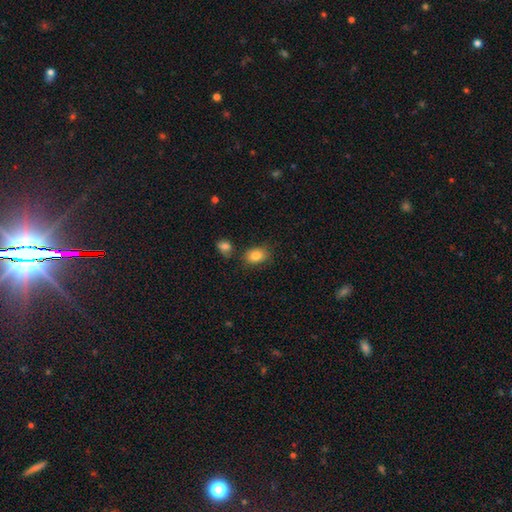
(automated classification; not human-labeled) Smooth or featured?
  - smooth: 84% *
  - star or artifact: 9%
  - featured or disk: 7%
How rounded?
  - in between: 77% *
  - round: 22%
  - cigar-shaped: 1%
Merging?
  - none: 74% *
  - minor disturbance: 15%
  - merger: 7%
  - major disturbance: 4%